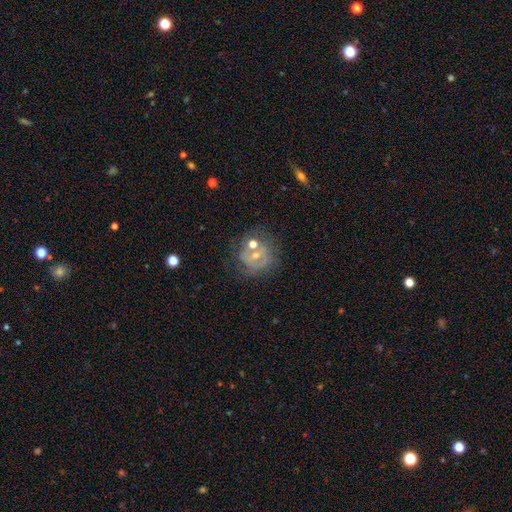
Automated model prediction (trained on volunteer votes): A featured or disk galaxy (57%) with no bar (66%), spiral arms (56%) and a moderate central bulge (49%).

Vote fractions:
- Smooth or featured? featured or disk: 57% / smooth: 29% / star or artifact: 14%
- Edge-on disk? no: 97% / yes: 3%
- Bar? no: 66% / weak: 26% / strong: 8%
- Spiral arms? yes: 56% / no: 44%
- Bulge size? moderate: 49% / small: 43% / none: 4% / large: 3% / dominant: 1%
- Merging? none: 56% / minor disturbance: 18% / merger: 15% / major disturbance: 12%